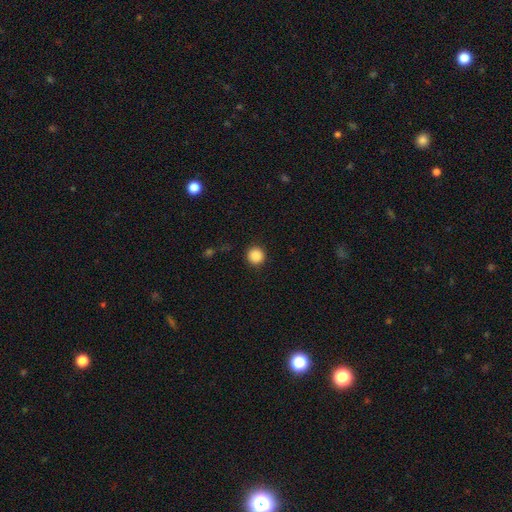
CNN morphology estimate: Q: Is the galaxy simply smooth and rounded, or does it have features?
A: smooth — 88%.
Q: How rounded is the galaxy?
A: round — 95%.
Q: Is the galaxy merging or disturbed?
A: none — 92%.